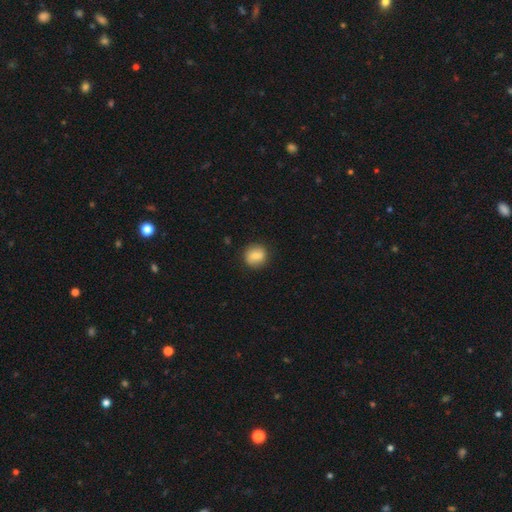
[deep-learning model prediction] The model was most divided on "smooth or featured": smooth: 77%, featured or disk: 15%, star or artifact: 8%. More confident: how rounded — round (85%); merging — none (85%).